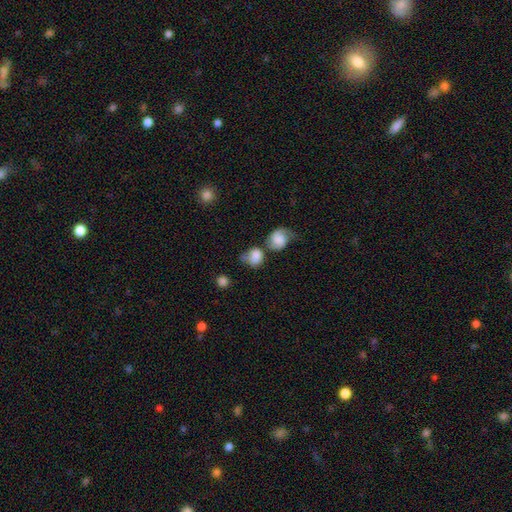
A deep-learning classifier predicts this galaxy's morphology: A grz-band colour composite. It shows a smooth galaxy with no disk features (77%) that is round (60%). Merging: merger (37%).